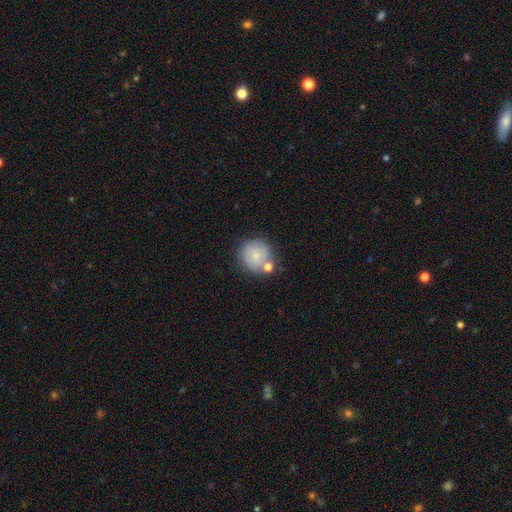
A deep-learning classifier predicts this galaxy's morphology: A smooth galaxy with no disk features (67%) that is round (92%). Merging: none (63%).